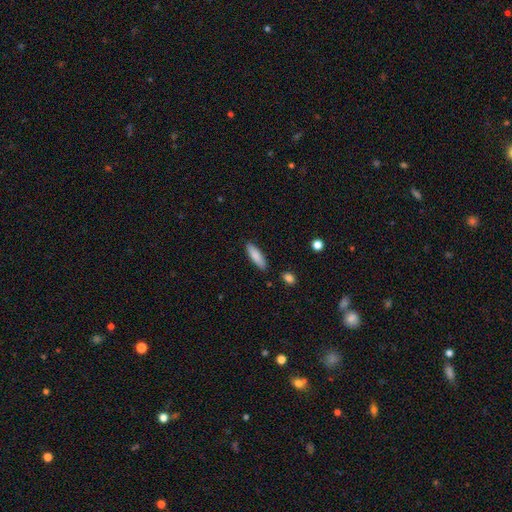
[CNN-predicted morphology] smooth 84%, featured or disk 10%, star or artifact 6%. Down the decision tree: how rounded — cigar-shaped (60%); merging — none (87%).